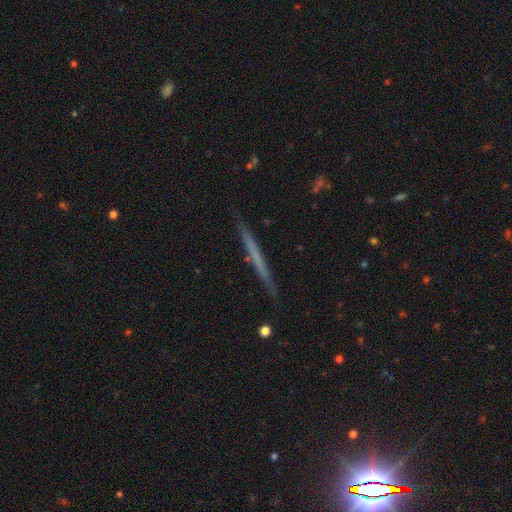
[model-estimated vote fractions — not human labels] The model was most divided on "smooth or featured": featured or disk: 49%, smooth: 44%, star or artifact: 6%. More confident: merging — none (90%).